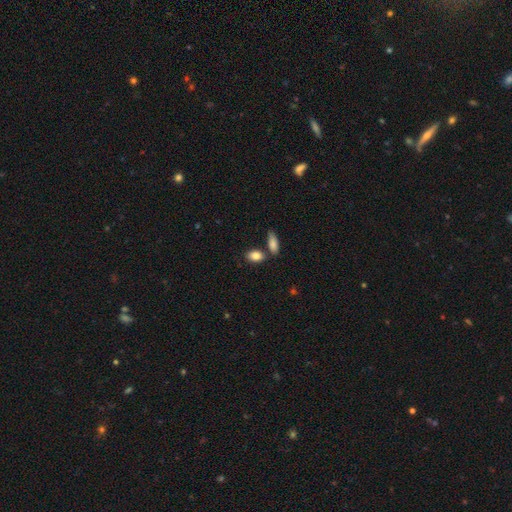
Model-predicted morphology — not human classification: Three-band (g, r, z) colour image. It shows a smooth galaxy with no disk features (86%) that is in between round and cigar-shaped (87%). Merging: none (65%).